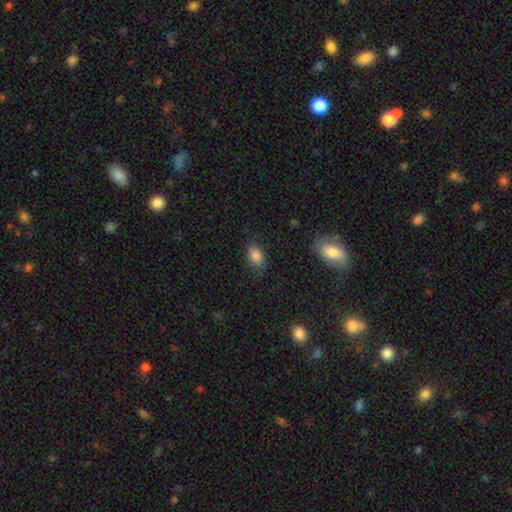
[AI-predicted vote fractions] Overall: smooth (85%). How rounded: in between (86%). Merging: none (78%).